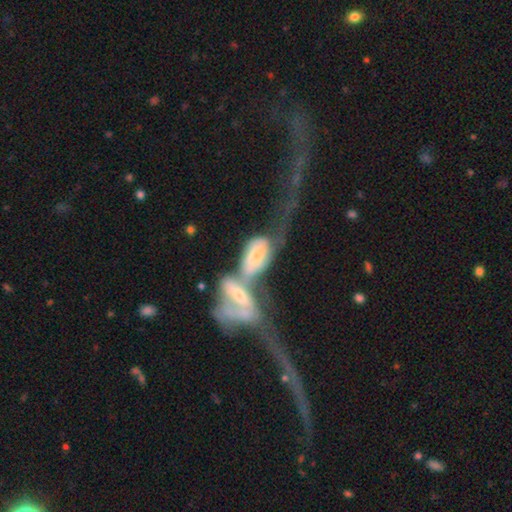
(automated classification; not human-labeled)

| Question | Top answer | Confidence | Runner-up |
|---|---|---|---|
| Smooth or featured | featured or disk | 47% | smooth (46%) |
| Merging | merger | 74% | major disturbance (13%) |